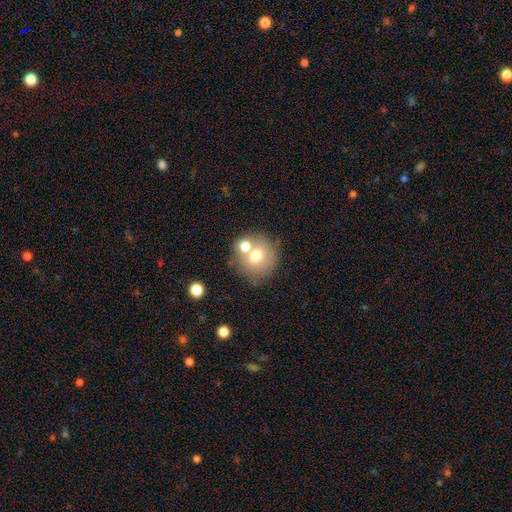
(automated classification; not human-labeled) Morphology: type=smooth (67%); roundness=round (86%); merging=none (54%).